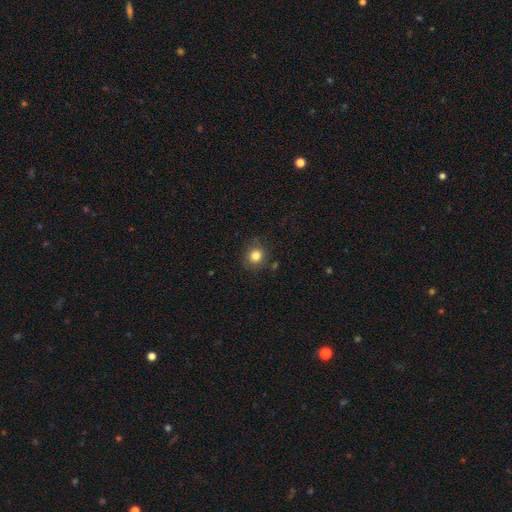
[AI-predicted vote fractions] This appears to be a smooth galaxy with no disk features (82%) that is round (86%). Merging: none (85%).